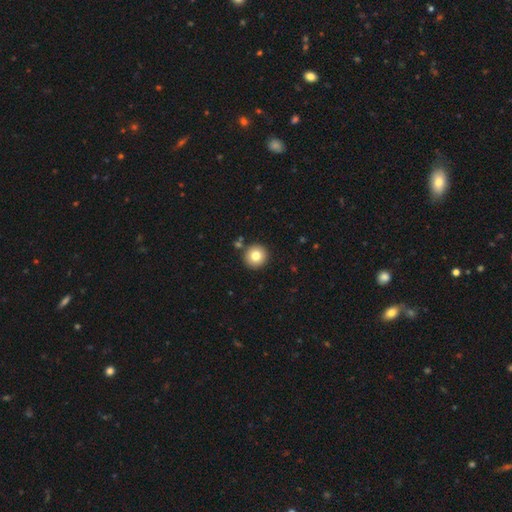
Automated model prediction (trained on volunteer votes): This is likely a smooth galaxy (79%). How rounded: clearly round (95%). Merging: clearly none (88%).